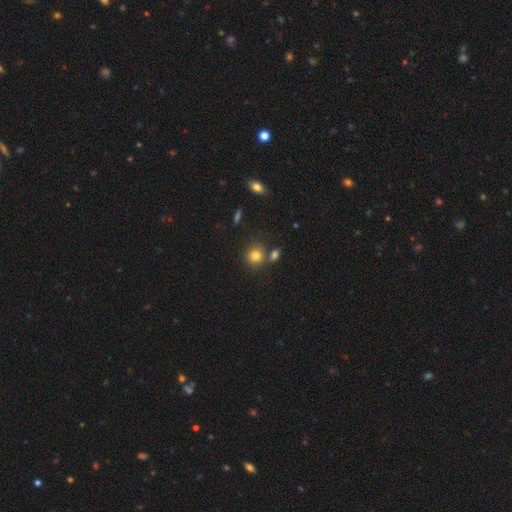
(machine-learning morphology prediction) smooth 80%, star or artifact 12%, featured or disk 8%. Down the decision tree: how rounded — round (81%); merging — none (66%).